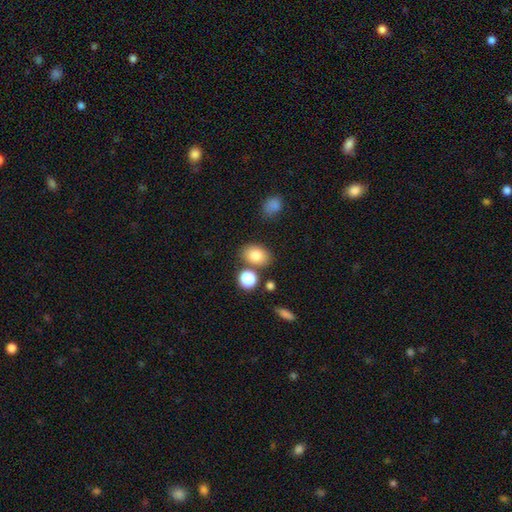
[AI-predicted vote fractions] This is clearly a smooth galaxy (81%). How rounded: likely in between (76%). Merging: likely none (76%).